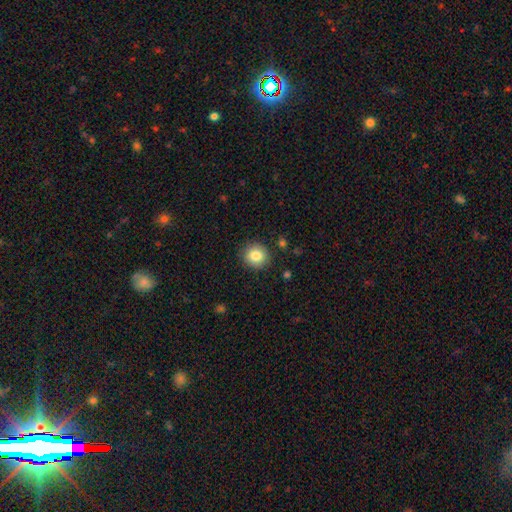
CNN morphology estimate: This appears to be a smooth galaxy with no disk features (83%) that is round (85%). Merging: none (88%).